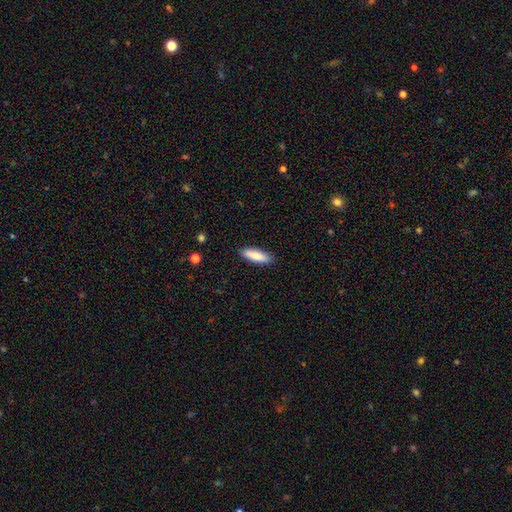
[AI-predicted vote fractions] Smooth or featured? smooth (83%)
How rounded? cigar-shaped (59%)
Merging? none (89%)